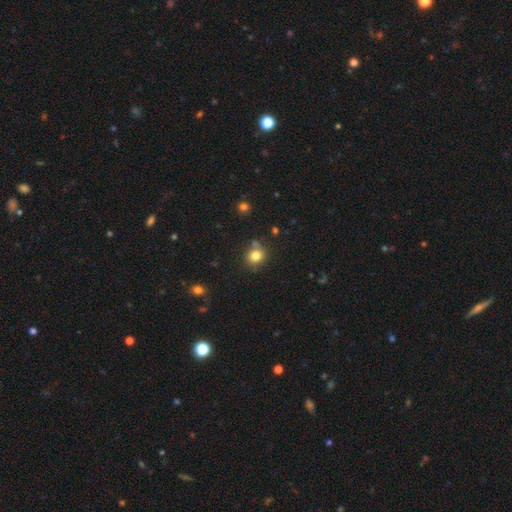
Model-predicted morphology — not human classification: smooth_or_featured: smooth (p=0.81) [alt: star or artifact p=0.12]
how_rounded: round (p=0.76) [alt: in between p=0.23]
merging: none (p=0.73) [alt: minor disturbance p=0.13]